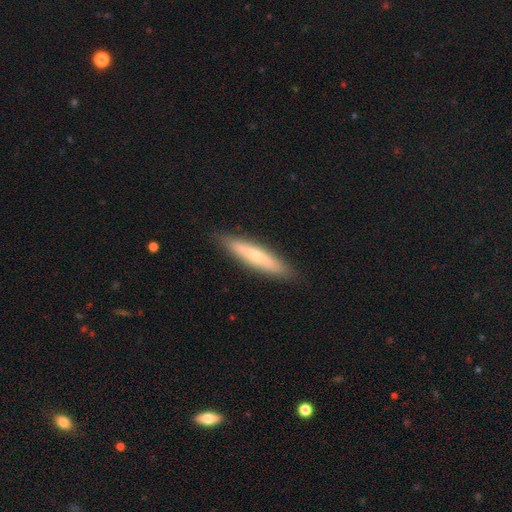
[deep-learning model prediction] A smooth galaxy with no disk features (63%) that is cigar-shaped (89%). Merging: none (88%).